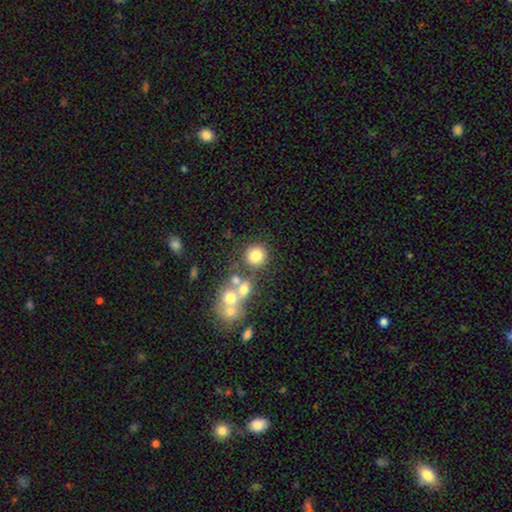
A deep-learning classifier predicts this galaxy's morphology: The model was most divided on "merging": none: 69%, merger: 17%, minor disturbance: 9%, major disturbance: 5%. More confident: how rounded — round (90%); smooth or featured — smooth (76%).